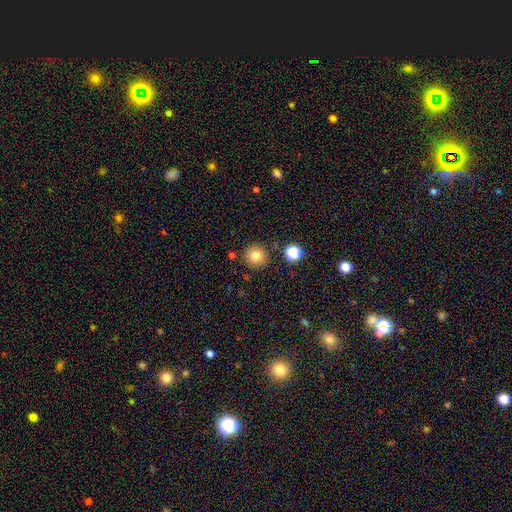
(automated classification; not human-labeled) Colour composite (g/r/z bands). It shows a smooth galaxy with no disk features (79%) that is round (93%). Merging: none (86%).